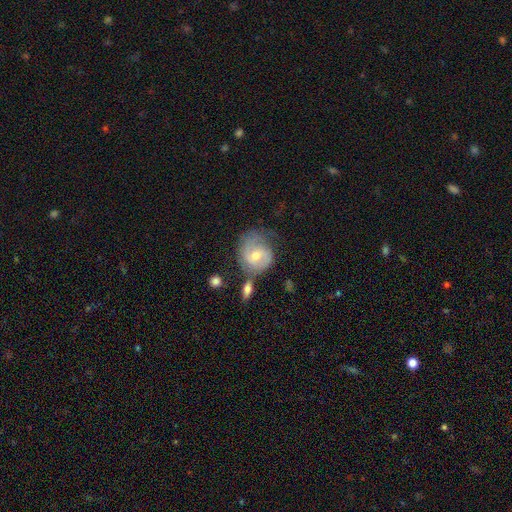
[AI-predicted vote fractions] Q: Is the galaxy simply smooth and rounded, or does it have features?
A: featured or disk — 64%.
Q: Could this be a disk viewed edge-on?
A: no — 97%.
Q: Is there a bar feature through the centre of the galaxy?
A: no — 49%.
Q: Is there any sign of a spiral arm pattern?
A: yes — 87%.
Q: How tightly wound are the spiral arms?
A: medium — 42%.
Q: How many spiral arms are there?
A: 2 — 67%.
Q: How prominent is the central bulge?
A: moderate — 56%.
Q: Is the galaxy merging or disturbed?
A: none — 49%.